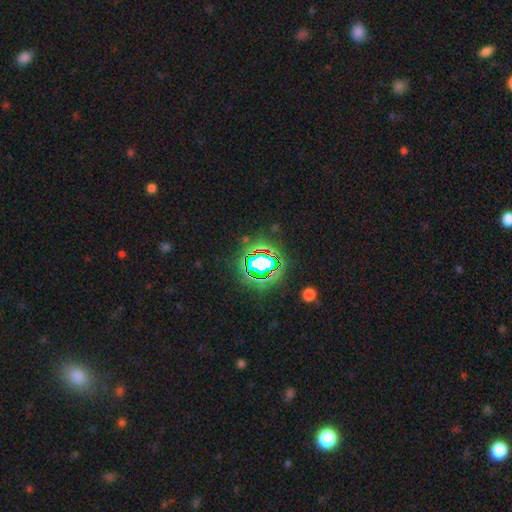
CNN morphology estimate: Q: Smooth or featured?
A: star or artifact (81%); runner-up: smooth (12%)